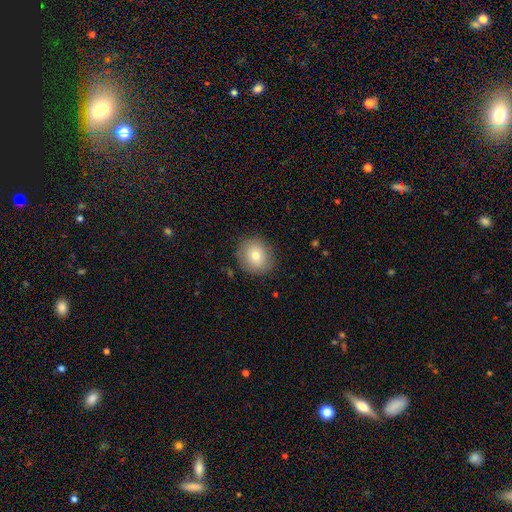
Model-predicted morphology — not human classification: This is likely a smooth galaxy (75%). How rounded: likely round (73%). Merging: clearly none (87%).